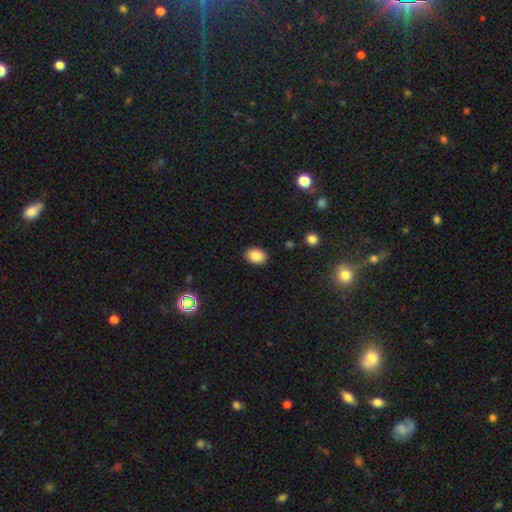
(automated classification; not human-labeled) smooth-or-featured: smooth: 85% | star or artifact: 9% | featured or disk: 6%
  how-rounded: in between: 75% | round: 24% | cigar-shaped: 1%
  merging: none: 89% | minor disturbance: 8% | major disturbance: 2% | merger: 1%